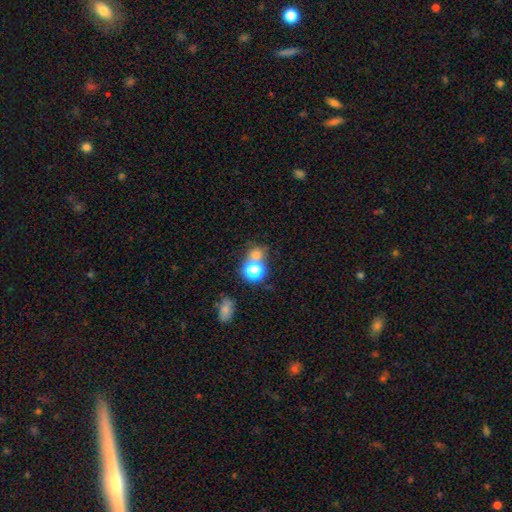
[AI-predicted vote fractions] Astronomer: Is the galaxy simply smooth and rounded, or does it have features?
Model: smooth — 62%.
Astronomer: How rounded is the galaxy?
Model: round — 77%.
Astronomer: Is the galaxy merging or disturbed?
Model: none — 54% (runner-up: merger, 31%).